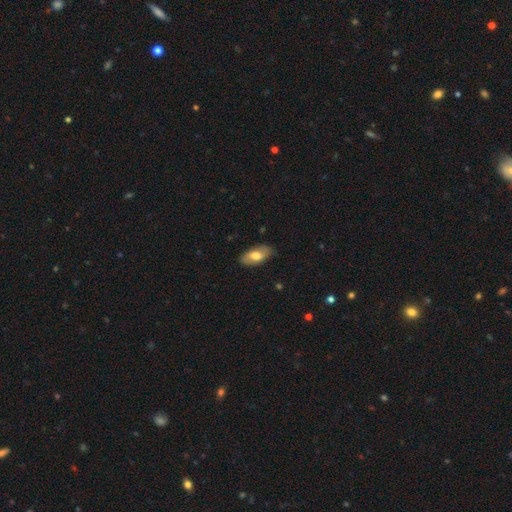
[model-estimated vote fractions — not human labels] smooth-or-featured: smooth: 63% | featured or disk: 31% | star or artifact: 6%
  how-rounded: in between: 91% | cigar-shaped: 6% | round: 3%
  merging: none: 82% | minor disturbance: 14% | major disturbance: 3% | merger: 1%